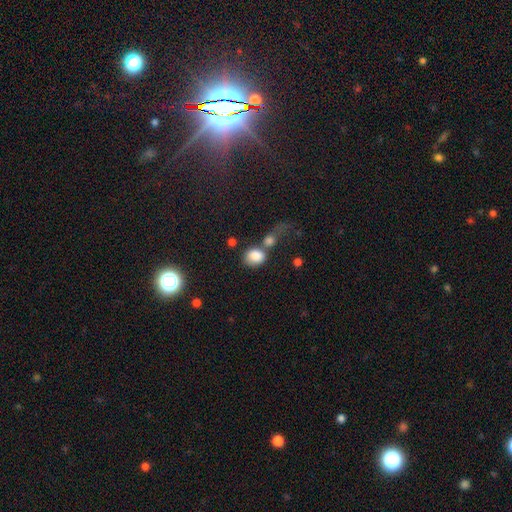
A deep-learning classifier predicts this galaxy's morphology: The model was most divided on "merging": none: 38%, merger: 36%, minor disturbance: 14%, major disturbance: 12%. More confident: smooth or featured — smooth (83%); how rounded — round (54%).